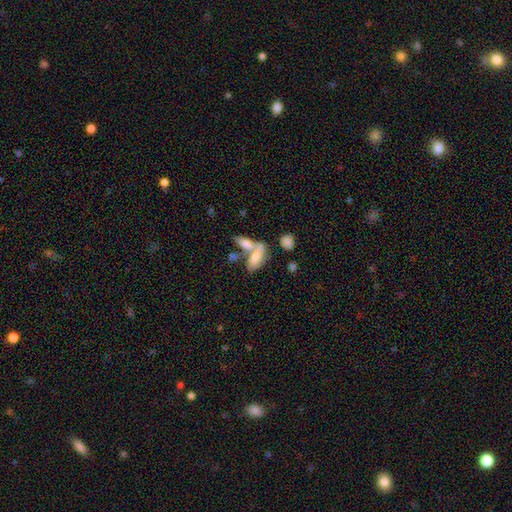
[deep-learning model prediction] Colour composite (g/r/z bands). It shows a smooth galaxy with no disk features (68%) that is in between round and cigar-shaped (79%). Merging: merger (56%).